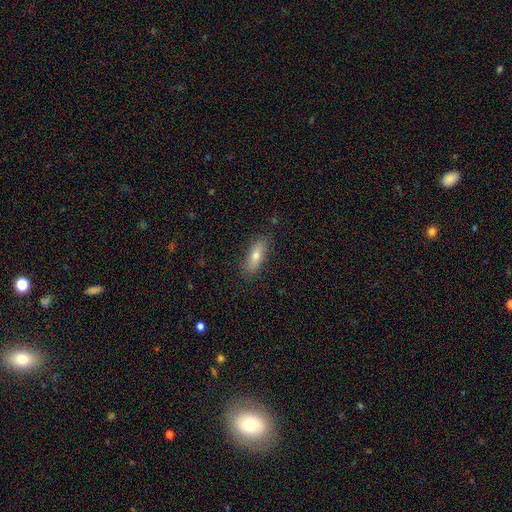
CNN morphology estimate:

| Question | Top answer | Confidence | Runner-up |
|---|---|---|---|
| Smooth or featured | smooth | 71% | featured or disk (22%) |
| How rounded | in between | 57% | cigar-shaped (40%) |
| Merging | none | 86% | minor disturbance (11%) |